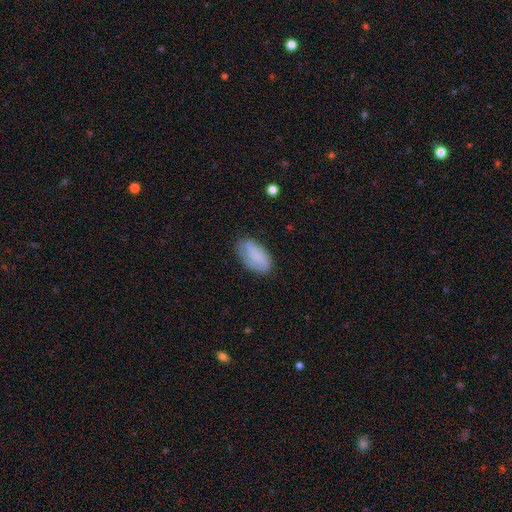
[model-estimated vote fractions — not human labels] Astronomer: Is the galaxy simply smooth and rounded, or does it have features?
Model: smooth — 73%.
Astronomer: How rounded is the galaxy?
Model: in between — 93%.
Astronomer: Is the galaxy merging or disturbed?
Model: none — 70%.